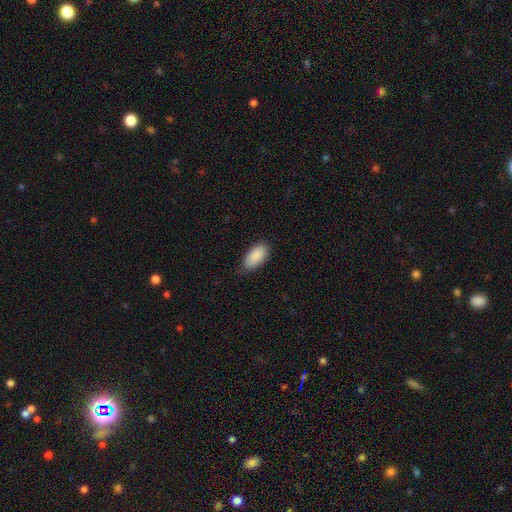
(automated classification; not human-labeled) This appears to be a smooth galaxy with no disk features (90%) that is in between round and cigar-shaped (94%). Merging: none (74%).